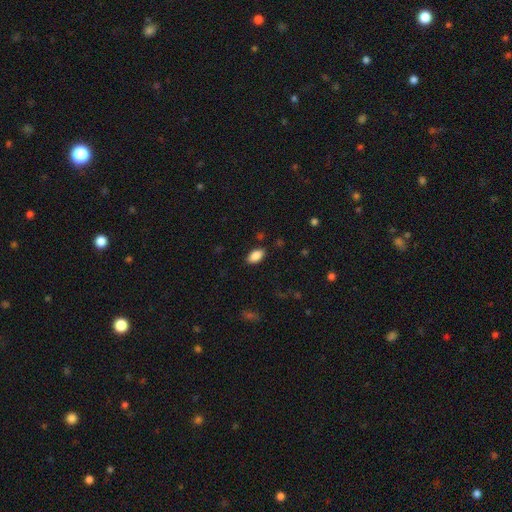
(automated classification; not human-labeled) Smooth or featured? smooth (88%)
How rounded? in between (93%)
Merging? none (85%)